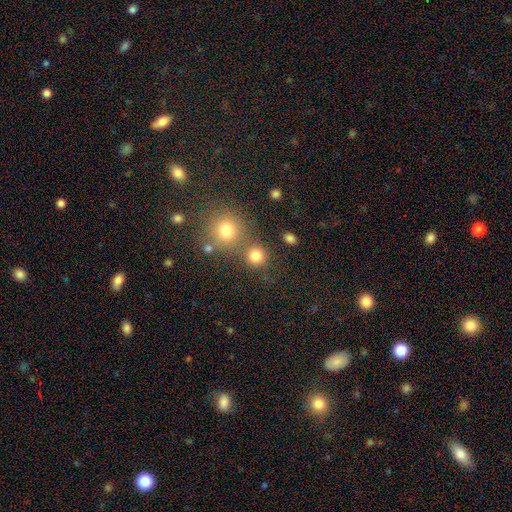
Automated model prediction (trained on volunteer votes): Smooth or featured?
  - smooth: 80% *
  - star or artifact: 14%
  - featured or disk: 6%
How rounded?
  - round: 90% *
  - in between: 9%
  - cigar-shaped: 1%
Merging?
  - none: 70% *
  - merger: 19%
  - minor disturbance: 8%
  - major disturbance: 4%